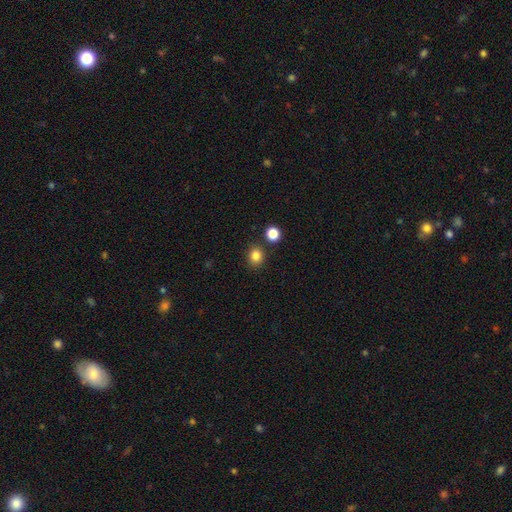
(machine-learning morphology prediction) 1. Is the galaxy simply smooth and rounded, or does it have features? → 83% smooth, 12% star or artifact, 5% featured or disk.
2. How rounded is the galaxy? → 75% round, 24% in between, 1% cigar-shaped.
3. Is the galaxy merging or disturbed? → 84% none, 8% minor disturbance, 6% merger, 2% major disturbance.